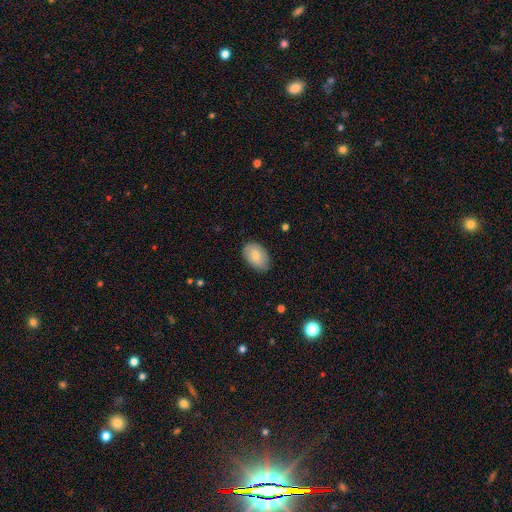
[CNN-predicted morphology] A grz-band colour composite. It shows a smooth galaxy with no disk features (77%) that is in between round and cigar-shaped (91%). Merging: none (81%).